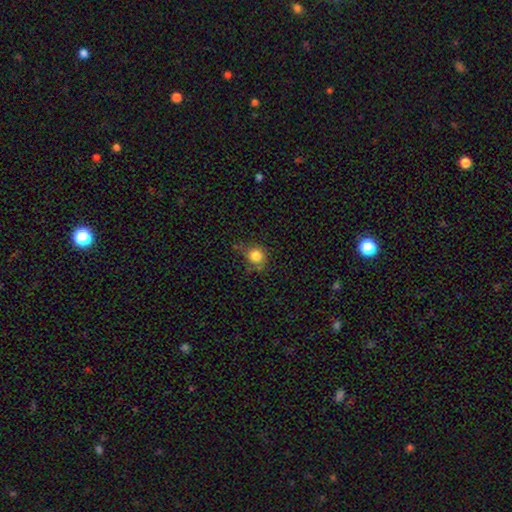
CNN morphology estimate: A smooth galaxy with no disk features (81%) that is round (83%). Merging: none (65%).